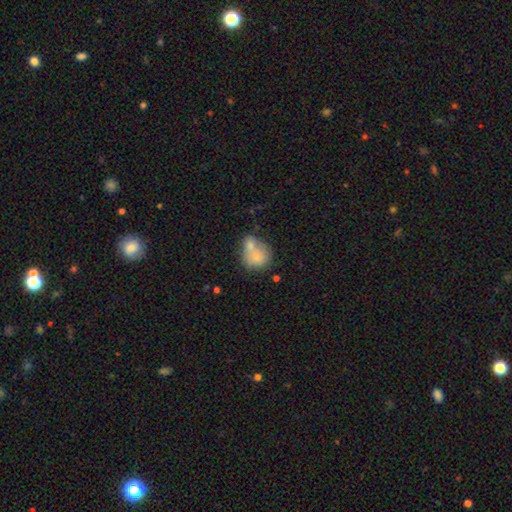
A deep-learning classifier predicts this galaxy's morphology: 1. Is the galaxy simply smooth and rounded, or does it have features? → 75% smooth, 18% featured or disk, 8% star or artifact.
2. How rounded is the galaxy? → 66% round, 33% in between, 1% cigar-shaped.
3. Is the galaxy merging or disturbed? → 58% merger, 26% none, 11% minor disturbance, 5% major disturbance.